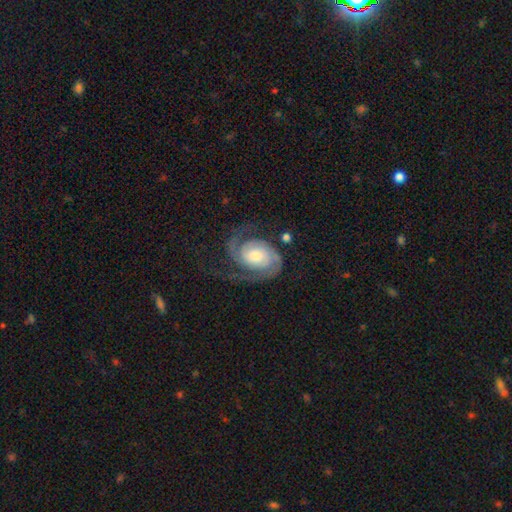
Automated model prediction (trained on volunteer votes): This appears to be a featured or disk galaxy (88%) with no bar (67%), 2 (84%) tight (44%) spiral arms (97%) and a moderate central bulge (54%). Merging: none (63%).